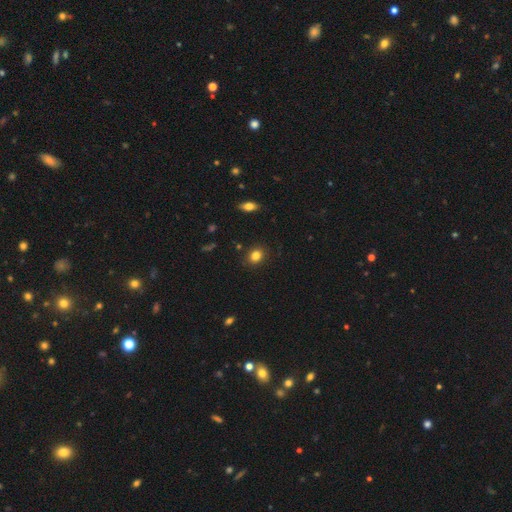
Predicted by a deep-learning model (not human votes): smooth-or-featured: smooth: 83% | star or artifact: 11% | featured or disk: 6%
  how-rounded: round: 62% | in between: 37% | cigar-shaped: 1%
  merging: none: 88% | minor disturbance: 8% | major disturbance: 2% | merger: 1%